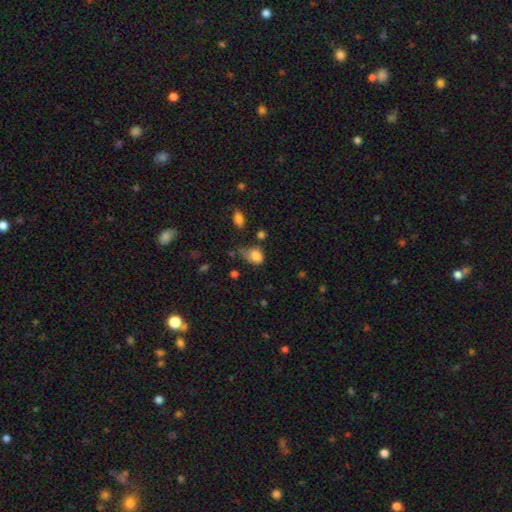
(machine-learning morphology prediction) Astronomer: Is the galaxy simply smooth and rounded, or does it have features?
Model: smooth — 82%.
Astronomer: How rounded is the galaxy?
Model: in between — 67%.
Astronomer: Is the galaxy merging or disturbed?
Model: minor disturbance — 40% (runner-up: none, 33%).